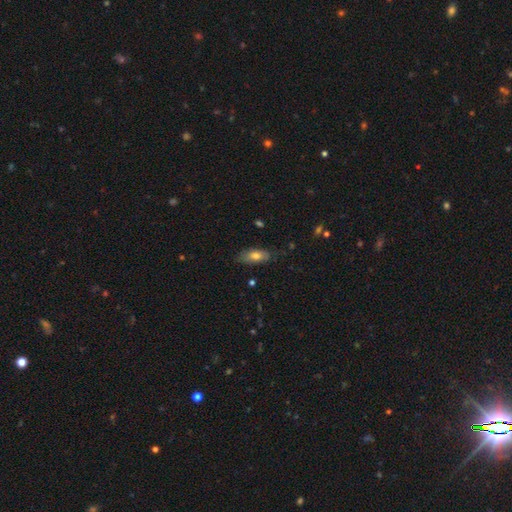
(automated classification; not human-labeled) This is likely a smooth galaxy (74%). How rounded: likely in between (79%). Merging: likely none (74%).